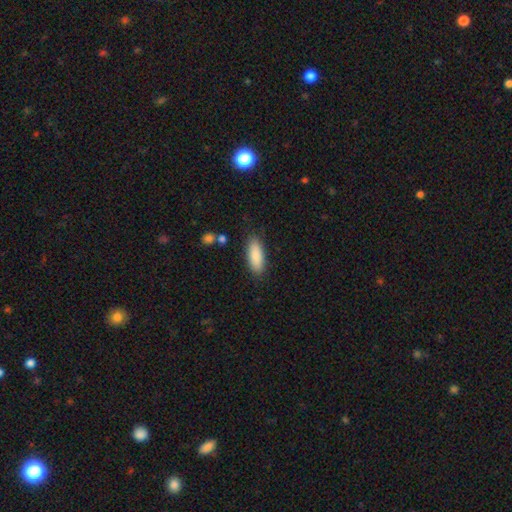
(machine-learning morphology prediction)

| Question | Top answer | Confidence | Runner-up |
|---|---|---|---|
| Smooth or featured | smooth | 88% | featured or disk (6%) |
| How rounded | in between | 72% | cigar-shaped (26%) |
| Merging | none | 86% | minor disturbance (10%) |